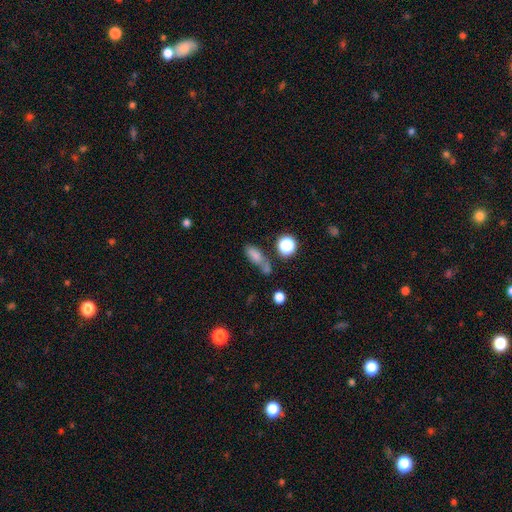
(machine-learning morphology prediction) smooth_or_featured: smooth (p=0.62) [alt: star or artifact p=0.21]
how_rounded: in between (p=0.63) [alt: cigar-shaped p=0.23]
merging: none (p=0.48) [alt: merger p=0.21]